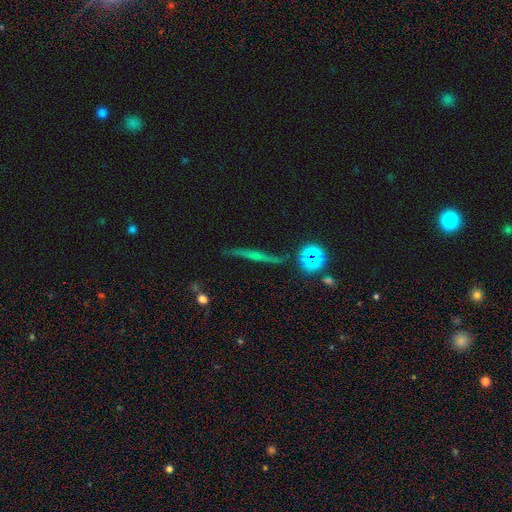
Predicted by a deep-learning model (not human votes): A featured or disk galaxy (61%) viewed edge-on (90%) with a rounded central bulge (47%).

Vote fractions:
- Smooth or featured? featured or disk: 61% / smooth: 22% / star or artifact: 17%
- Edge-on disk? yes: 90% / no: 10%
- Edge-on bulge? rounded: 47% / none: 43% / boxy: 9%
- Merging? none: 80% / minor disturbance: 13% / major disturbance: 4% / merger: 3%